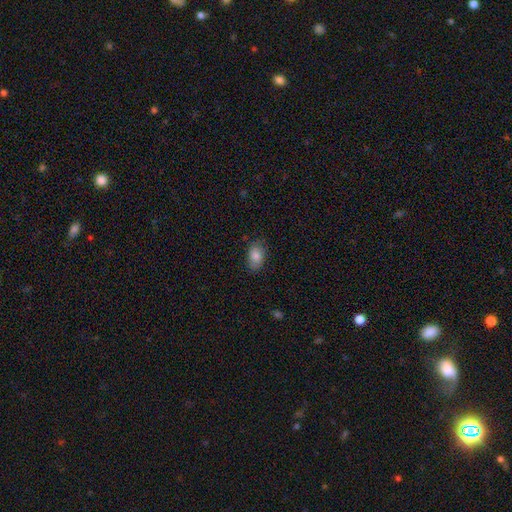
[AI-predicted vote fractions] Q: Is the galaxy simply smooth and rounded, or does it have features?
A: smooth — 83%.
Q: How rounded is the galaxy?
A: in between — 88%.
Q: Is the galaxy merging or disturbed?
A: none — 80%.